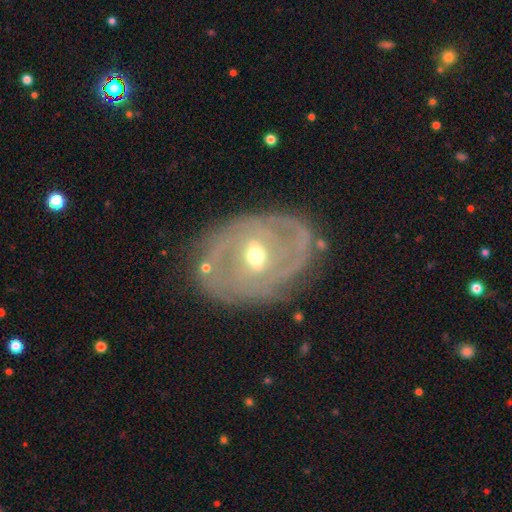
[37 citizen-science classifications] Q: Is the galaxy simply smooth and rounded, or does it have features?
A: featured or disk — 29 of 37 (78%).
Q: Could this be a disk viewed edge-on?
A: no — 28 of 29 (97%).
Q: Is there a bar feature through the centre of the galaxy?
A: weak — 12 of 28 (43%).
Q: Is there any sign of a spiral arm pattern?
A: yes — 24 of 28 (86%).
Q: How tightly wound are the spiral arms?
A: tight — 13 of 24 (54%).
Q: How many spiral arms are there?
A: can't tell — 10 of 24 (42%).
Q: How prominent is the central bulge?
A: moderate — 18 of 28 (64%).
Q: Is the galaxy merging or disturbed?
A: none — 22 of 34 (65%).